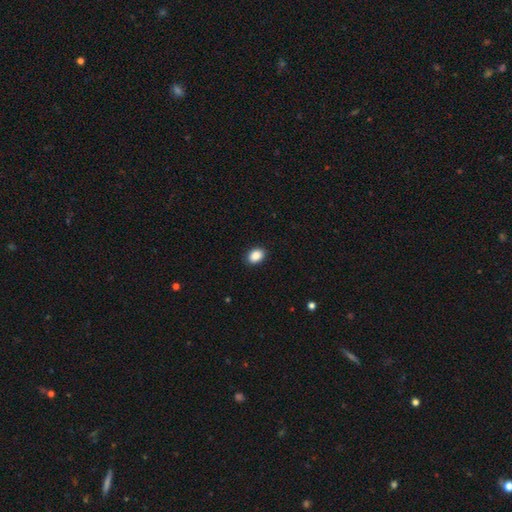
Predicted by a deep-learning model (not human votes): Morphology: type=smooth (89%); roundness=in between (77%); merging=none (89%).